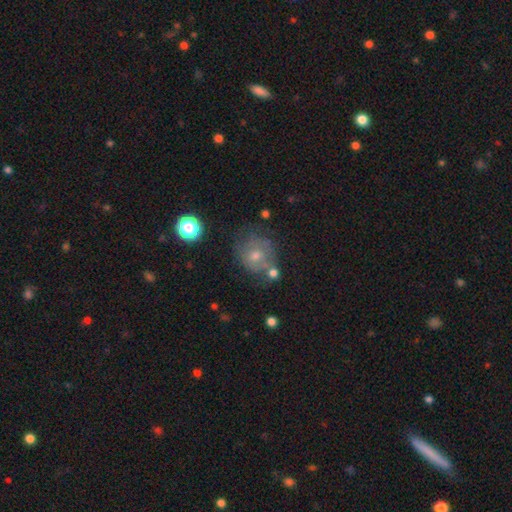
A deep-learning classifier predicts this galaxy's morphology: Smooth or featured: featured or disk — 42% (tied with smooth — 42%)
Merging: none — 61% (minor disturbance — 20%)